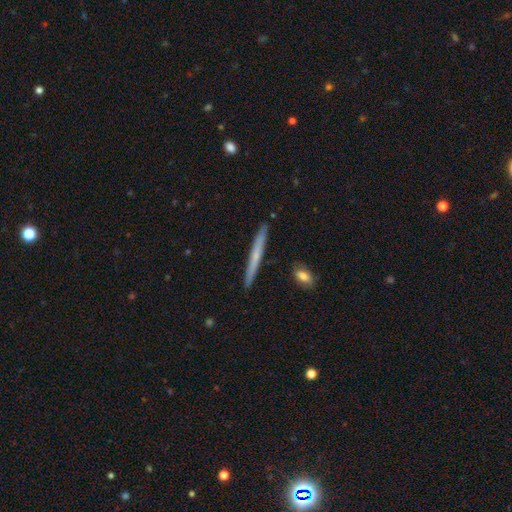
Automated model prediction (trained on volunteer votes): This is possibly a smooth galaxy (49%). Merging: clearly none (91%).